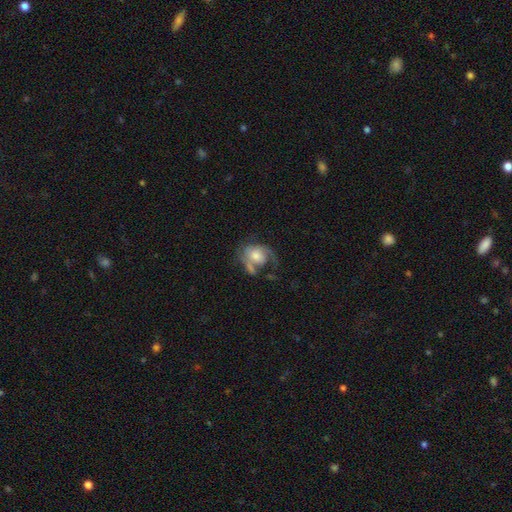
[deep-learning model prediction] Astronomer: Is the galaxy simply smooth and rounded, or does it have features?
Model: featured or disk — 62%.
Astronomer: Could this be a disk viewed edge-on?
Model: no — 97%.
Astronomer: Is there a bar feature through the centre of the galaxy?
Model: no — 69%.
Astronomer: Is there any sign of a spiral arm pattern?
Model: yes — 78%.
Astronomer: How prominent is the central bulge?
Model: moderate — 49%.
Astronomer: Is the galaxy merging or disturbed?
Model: major disturbance — 34% (runner-up: none, 32%).